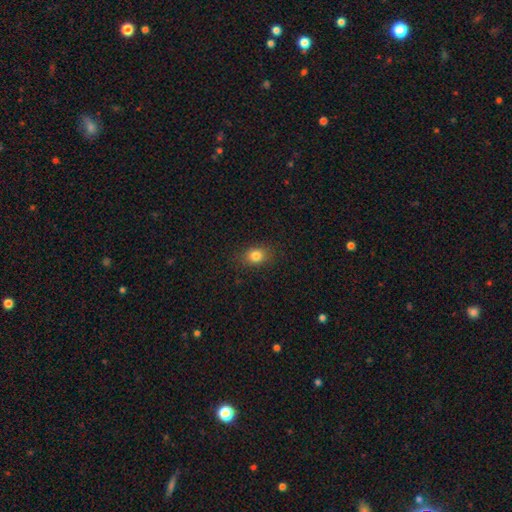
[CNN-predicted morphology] The model was most divided on "how rounded": in between: 52%, round: 47%, cigar-shaped: 1%. More confident: merging — none (85%); smooth or featured — smooth (82%).